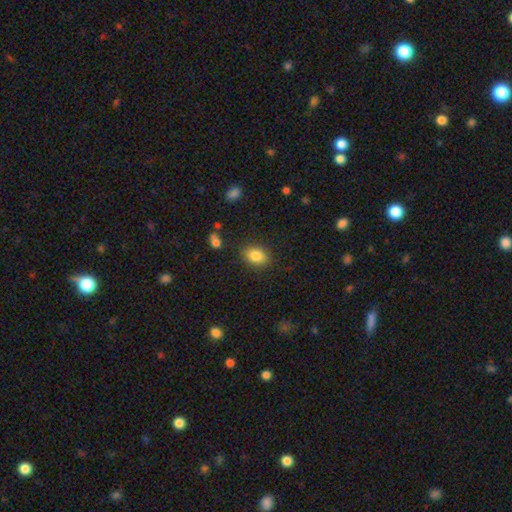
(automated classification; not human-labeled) This is clearly a smooth galaxy (85%). How rounded: likely in between (78%). Merging: clearly none (85%).